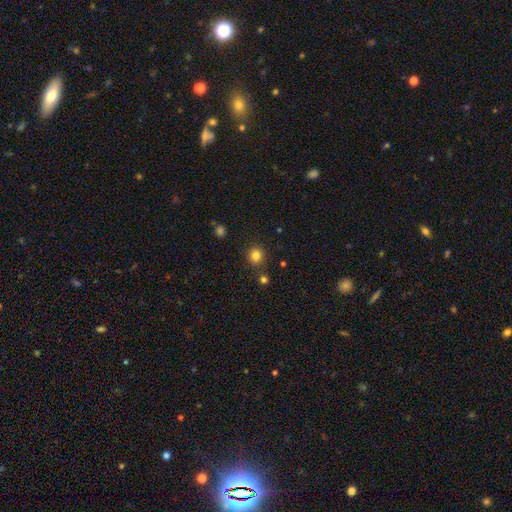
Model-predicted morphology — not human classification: This appears to be a smooth galaxy with no disk features (82%) that is round (88%). Merging: none (85%).